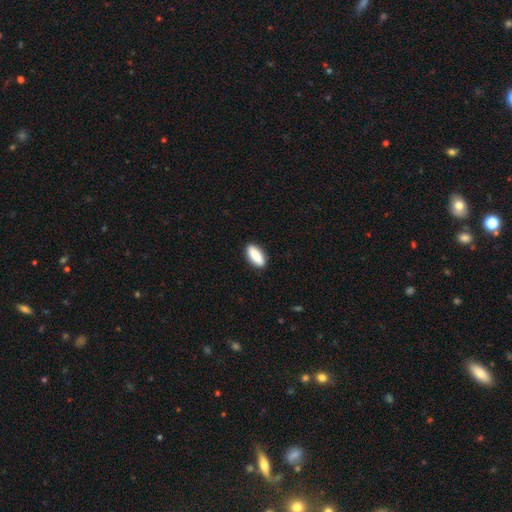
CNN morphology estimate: Overall: smooth (89%). How rounded: in between (78%). Merging: none (89%).